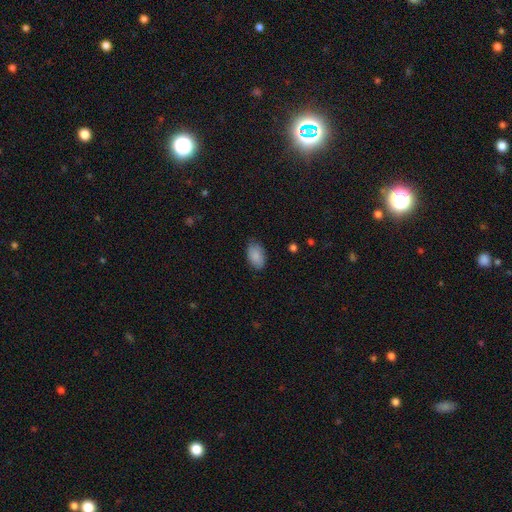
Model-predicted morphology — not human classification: Smooth or featured? smooth (88%)
How rounded? in between (92%)
Merging? none (78%)